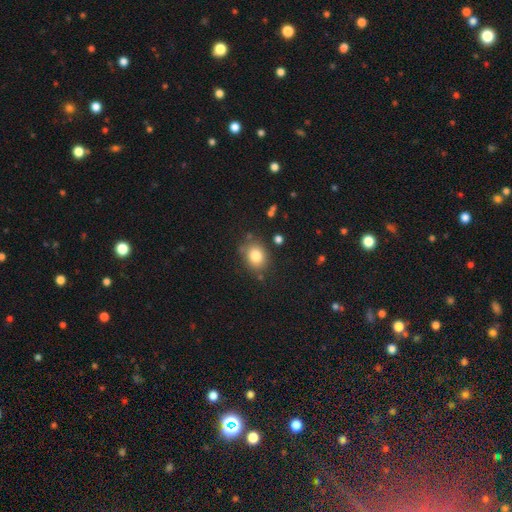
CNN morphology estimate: Smooth or featured? smooth (82%)
How rounded? round (50%)
Merging? none (77%)